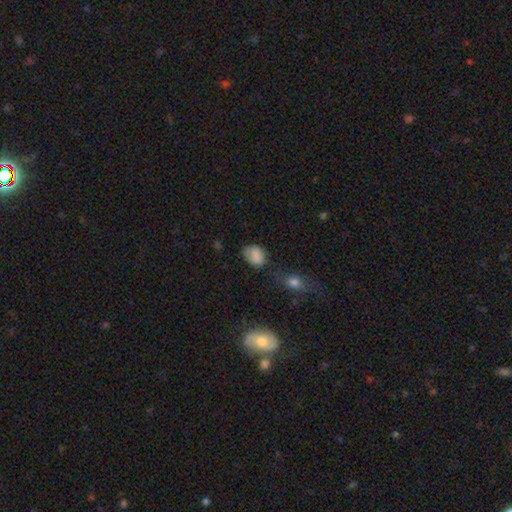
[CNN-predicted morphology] smooth_or_featured: smooth (p=0.83) [alt: star or artifact p=0.11]
how_rounded: in between (p=0.64) [alt: round p=0.35]
merging: none (p=0.59) [alt: minor disturbance p=0.28]